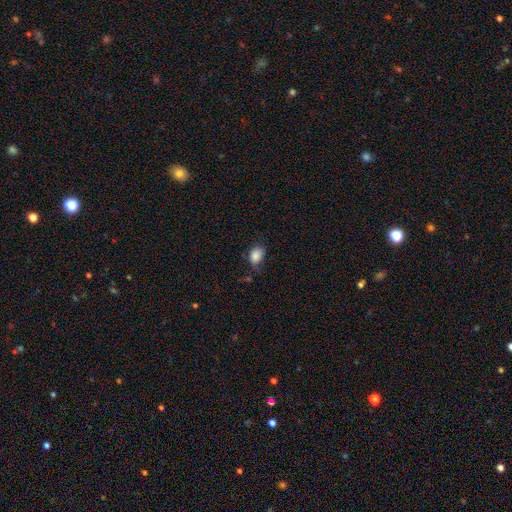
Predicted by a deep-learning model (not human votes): Smooth or featured: smooth — 85% (star or artifact — 9%)
How rounded: in between — 77% (round — 22%)
Merging: none — 60% (minor disturbance — 29%)